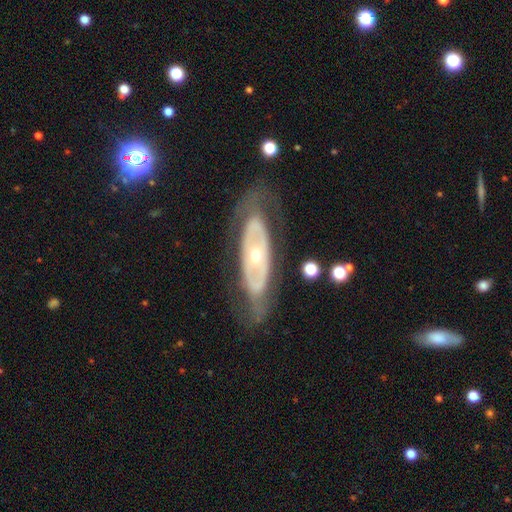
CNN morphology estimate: smooth-or-featured: featured or disk: 77% | smooth: 18% | star or artifact: 5%
  disk-edge-on: no: 83% | yes: 17%
    bar: no: 77% | weak: 13% | strong: 9%
    has-spiral-arms: no: 62% | yes: 38%
    bulge-size: small: 51% | moderate: 44% | large: 2% | dominant: 1% | none: 1%
  merging: none: 73% | minor disturbance: 15% | major disturbance: 10% | merger: 2%